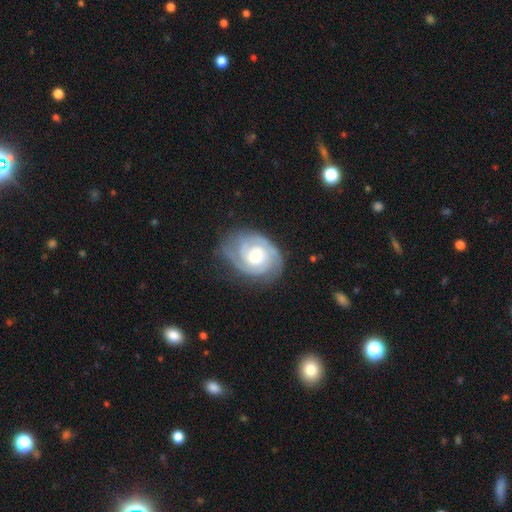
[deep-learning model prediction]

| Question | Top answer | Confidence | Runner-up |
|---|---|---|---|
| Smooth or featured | featured or disk | 84% | smooth (11%) |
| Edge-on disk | no | 98% | yes (2%) |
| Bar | no | 52% | weak (39%) |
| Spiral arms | yes | 95% | no (5%) |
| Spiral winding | tight | 66% | medium (28%) |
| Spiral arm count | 2 | 51% | can't tell (20%) |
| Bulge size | moderate | 57% | small (20%) |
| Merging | none | 65% | minor disturbance (23%) |